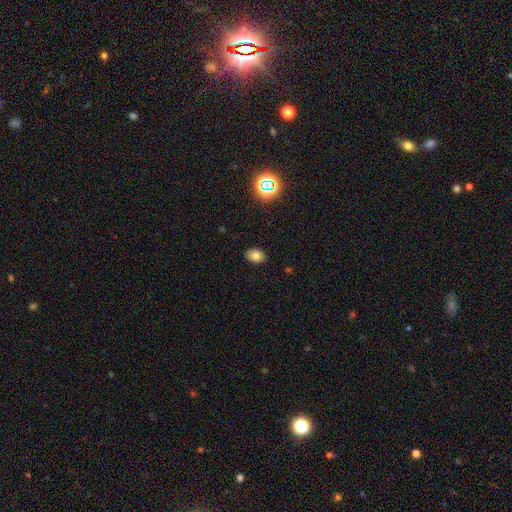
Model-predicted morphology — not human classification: smooth_or_featured: smooth (p=0.77) [alt: star or artifact p=0.13]
how_rounded: in between (p=0.81) [alt: round p=0.18]
merging: none (p=0.88) [alt: minor disturbance p=0.09]